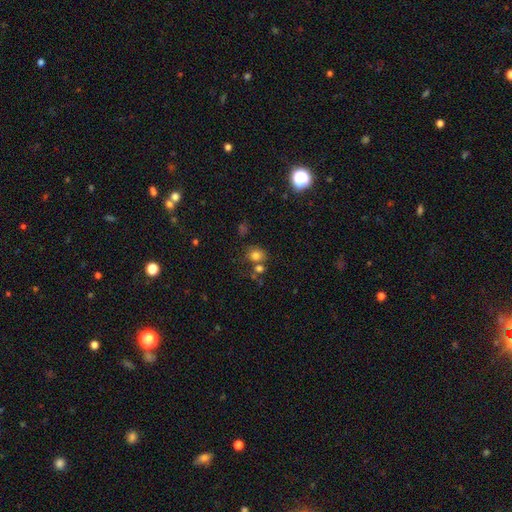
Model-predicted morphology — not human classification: The model was most divided on "merging": none: 59%, merger: 22%, minor disturbance: 14%, major disturbance: 6%. More confident: smooth or featured — smooth (76%); how rounded — round (69%).